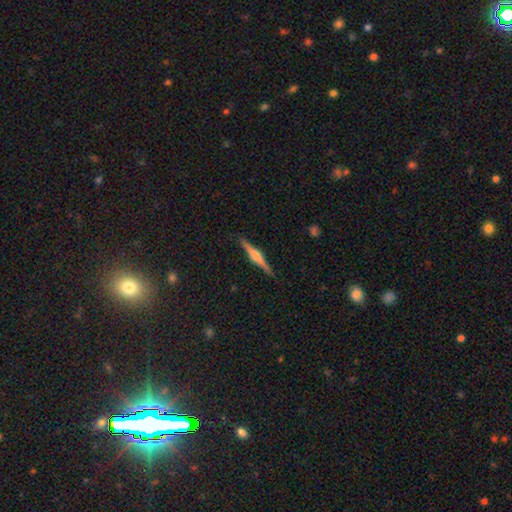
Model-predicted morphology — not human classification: Smooth or featured? Predicted: featured or disk (p=0.77). Edge-on disk? Predicted: yes (p=0.98). Edge-on bulge? Predicted: rounded (p=0.85). Merging? Predicted: none (p=0.92).